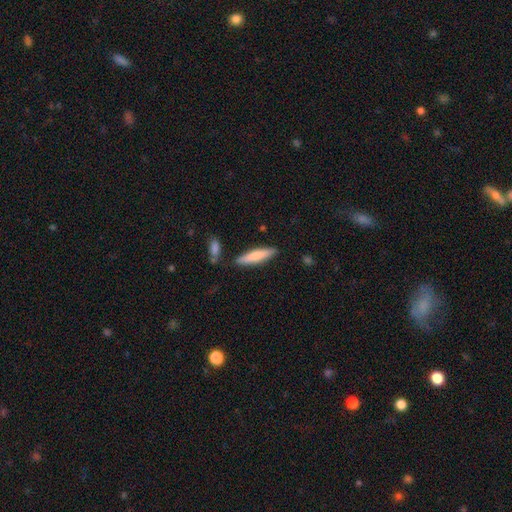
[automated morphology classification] smooth-or-featured: smooth: 73% | featured or disk: 22% | star or artifact: 5%
  how-rounded: cigar-shaped: 81% | in between: 17% | round: 1%
  merging: none: 83% | minor disturbance: 11% | merger: 4% | major disturbance: 2%